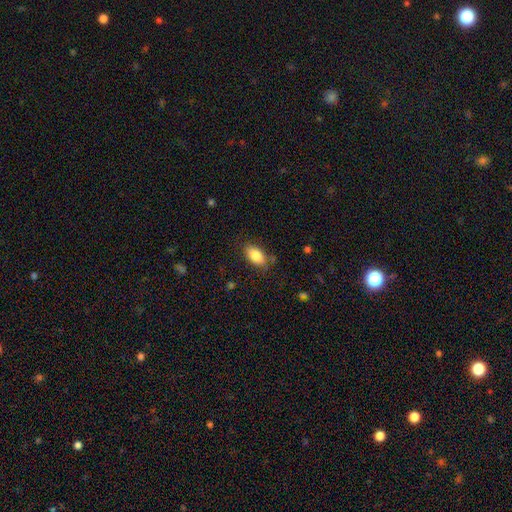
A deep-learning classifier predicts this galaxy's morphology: Q: Smooth or featured?
A: smooth (84%); runner-up: featured or disk (9%)
Q: How rounded?
A: in between (91%); runner-up: round (5%)
Q: Merging?
A: none (78%); runner-up: minor disturbance (16%)